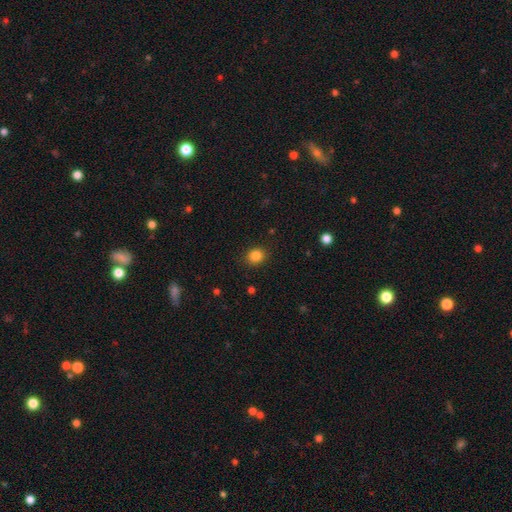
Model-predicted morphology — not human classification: A smooth galaxy with no disk features (84%) that is round (77%). Merging: none (90%).